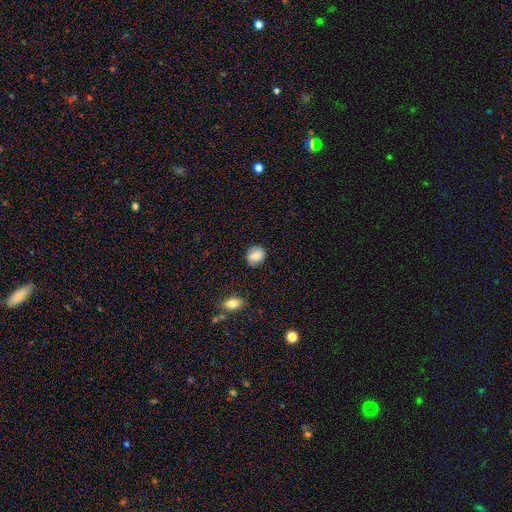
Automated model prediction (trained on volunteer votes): The model was most divided on "how rounded": round: 71%, in between: 28%, cigar-shaped: 1%. More confident: merging — none (79%); smooth or featured — smooth (72%).